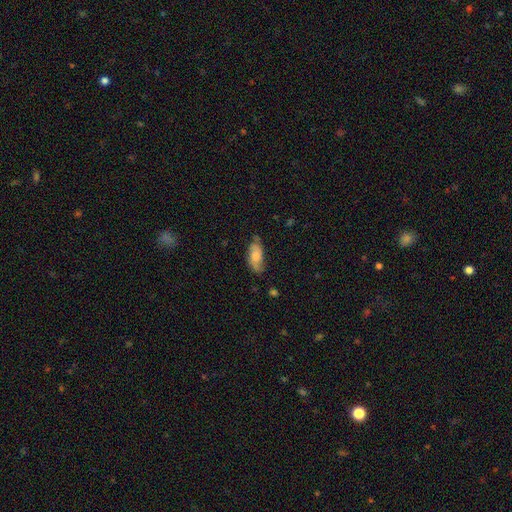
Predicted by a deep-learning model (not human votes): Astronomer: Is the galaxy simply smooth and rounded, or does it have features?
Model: smooth — 64%.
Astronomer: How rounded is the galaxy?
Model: in between — 86%.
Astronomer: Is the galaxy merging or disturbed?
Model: none — 63%.